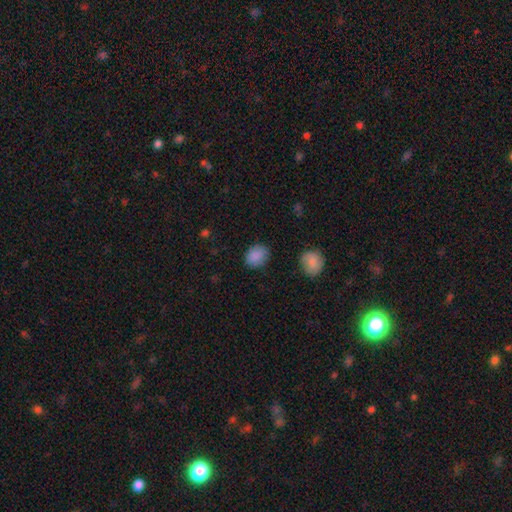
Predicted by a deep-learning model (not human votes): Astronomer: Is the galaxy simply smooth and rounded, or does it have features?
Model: smooth — 87%.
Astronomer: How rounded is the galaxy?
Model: in between — 58% (runner-up: round, 41%).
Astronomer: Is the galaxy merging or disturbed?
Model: none — 79%.